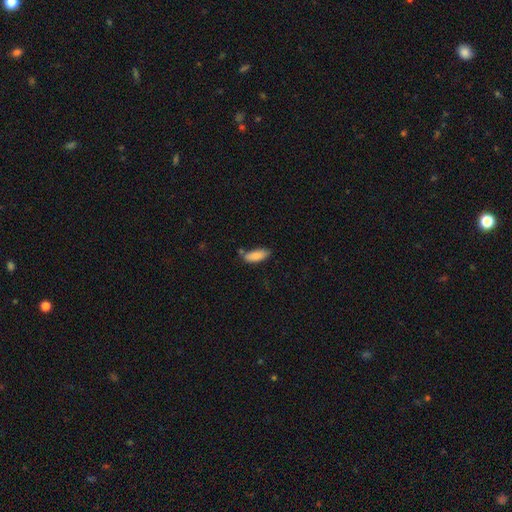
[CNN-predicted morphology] Smooth or featured? Predicted: smooth (p=0.87). How rounded? Predicted: in between (p=0.73). Merging? Predicted: none (p=0.67).